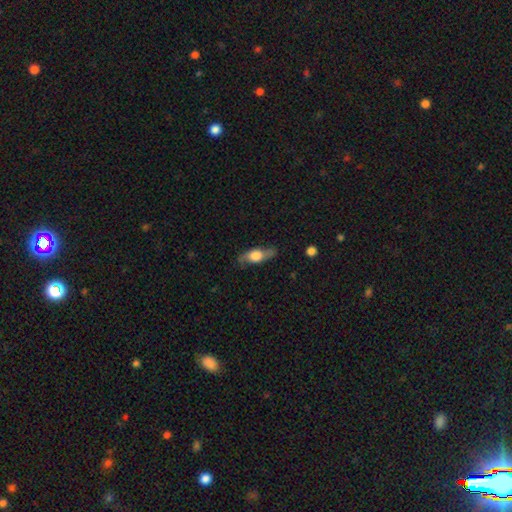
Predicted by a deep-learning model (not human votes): Smooth or featured? smooth (48%)
Merging? none (76%)